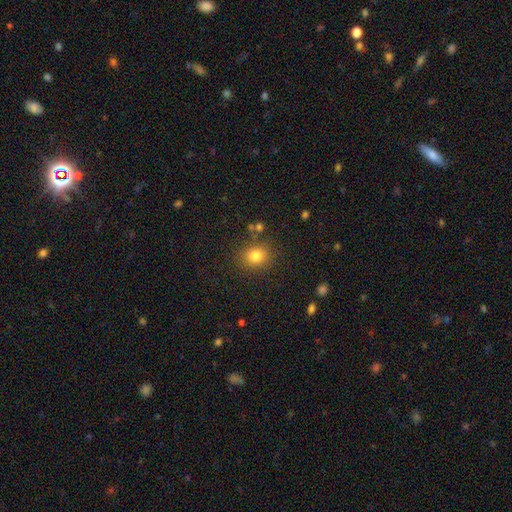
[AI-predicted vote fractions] smooth-or-featured: smooth: 80% | star or artifact: 13% | featured or disk: 7%
  how-rounded: round: 71% | in between: 28% | cigar-shaped: 1%
  merging: none: 83% | minor disturbance: 10% | merger: 4% | major disturbance: 4%